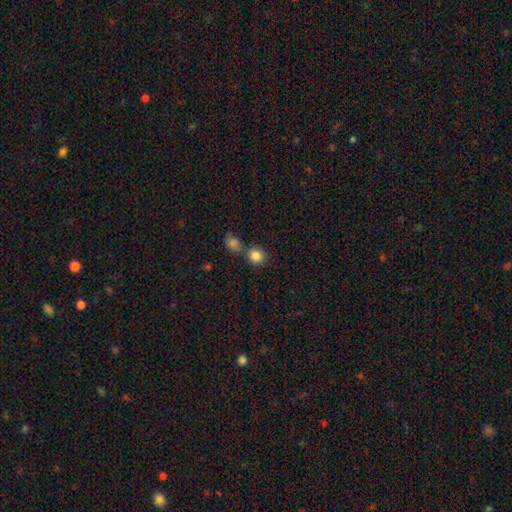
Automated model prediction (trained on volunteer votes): A smooth galaxy with no disk features (84%) that is round (86%). Merging: none (62%).